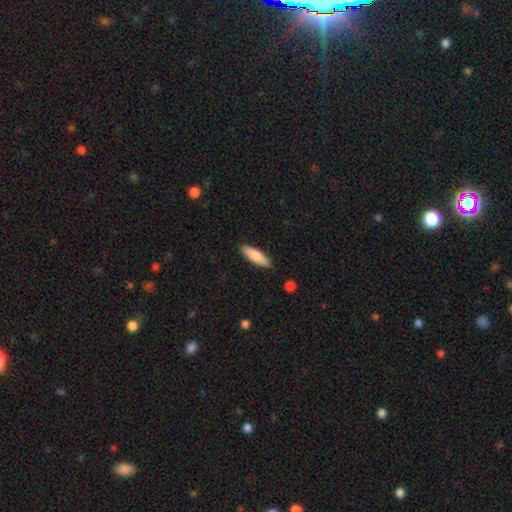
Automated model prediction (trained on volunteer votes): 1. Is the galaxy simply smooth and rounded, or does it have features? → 80% smooth, 15% featured or disk, 5% star or artifact.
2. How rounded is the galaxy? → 51% cigar-shaped, 47% in between, 2% round.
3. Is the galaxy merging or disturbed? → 89% none, 8% minor disturbance, 2% major disturbance, 1% merger.